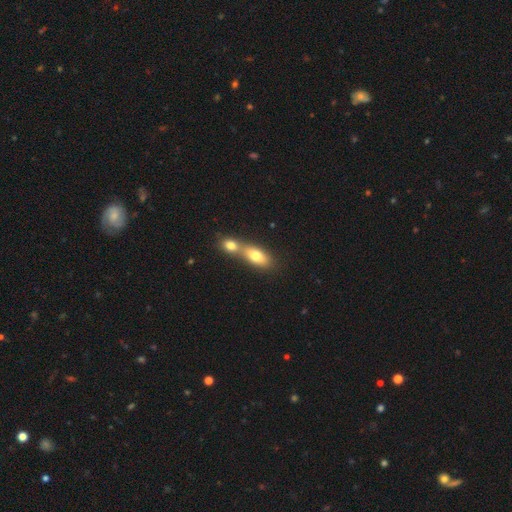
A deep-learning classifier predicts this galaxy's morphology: This is likely a smooth galaxy (74%). How rounded: likely in between (77%). Merging: likely merger (68%).